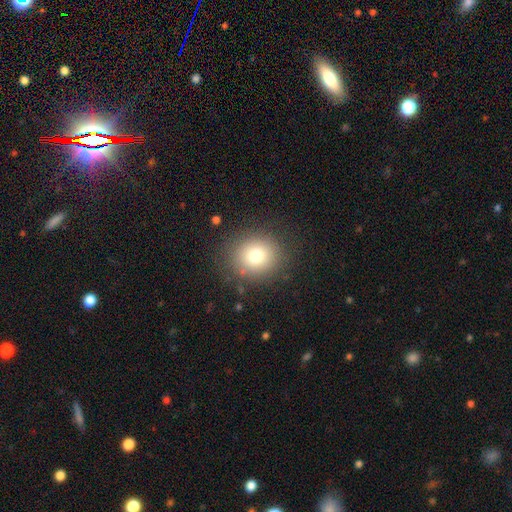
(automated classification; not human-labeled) smooth_or_featured: smooth (p=0.77) [alt: star or artifact p=0.13]
how_rounded: round (p=0.87) [alt: in between p=0.12]
merging: none (p=0.86) [alt: minor disturbance p=0.08]